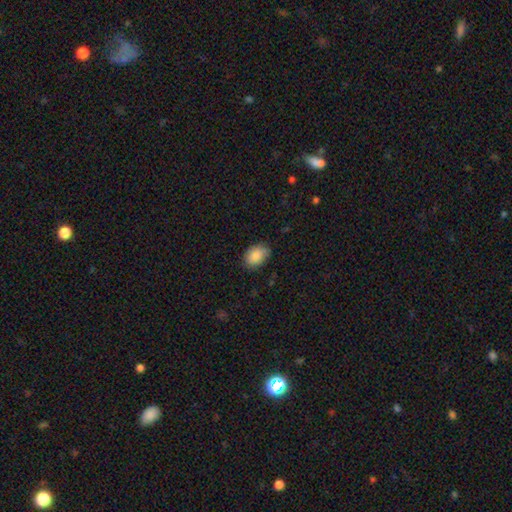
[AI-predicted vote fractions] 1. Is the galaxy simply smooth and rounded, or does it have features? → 88% smooth, 7% star or artifact, 5% featured or disk.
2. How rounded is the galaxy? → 82% in between, 17% round, 1% cigar-shaped.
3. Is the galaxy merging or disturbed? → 78% none, 18% minor disturbance, 3% major disturbance, 1% merger.